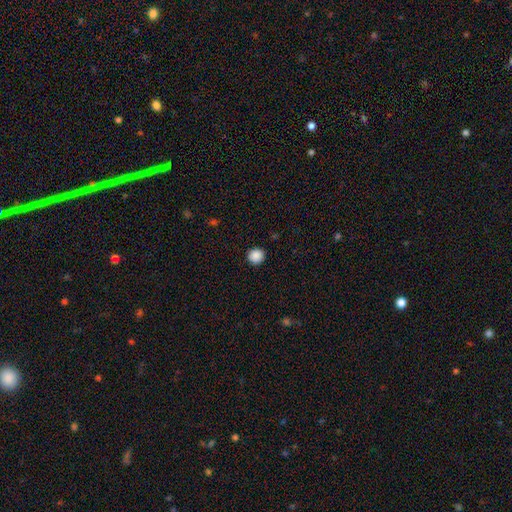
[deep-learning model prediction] A smooth galaxy with no disk features (89%) that is round (89%).

Vote fractions:
- Smooth or featured? smooth: 89% / star or artifact: 9% / featured or disk: 2%
- How rounded? round: 89% / in between: 10% / cigar-shaped: 1%
- Merging? none: 91% / minor disturbance: 6% / major disturbance: 2% / merger: 1%